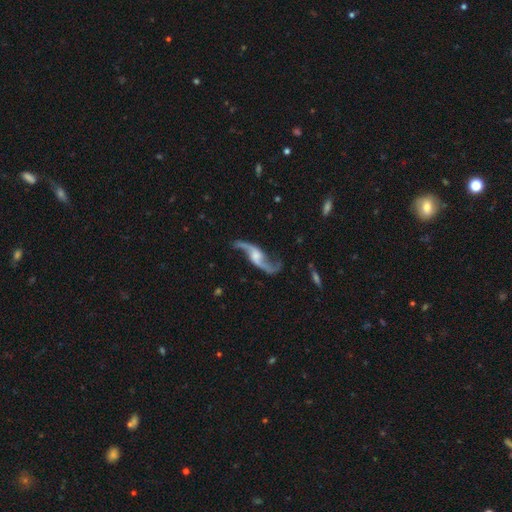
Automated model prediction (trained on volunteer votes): A featured or disk galaxy (90%) with no bar (50%), 2 (94%) loose (90%) spiral arms (97%) and a moderate central bulge (36%). Merging: none (74%).